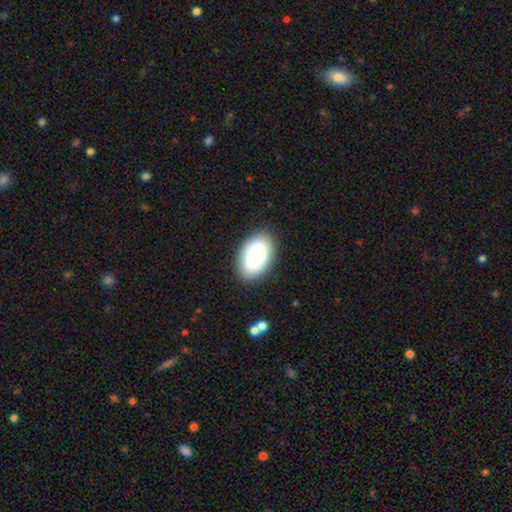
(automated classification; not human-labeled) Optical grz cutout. It shows a smooth galaxy with no disk features (80%) that is in between round and cigar-shaped (92%). Merging: none (87%).